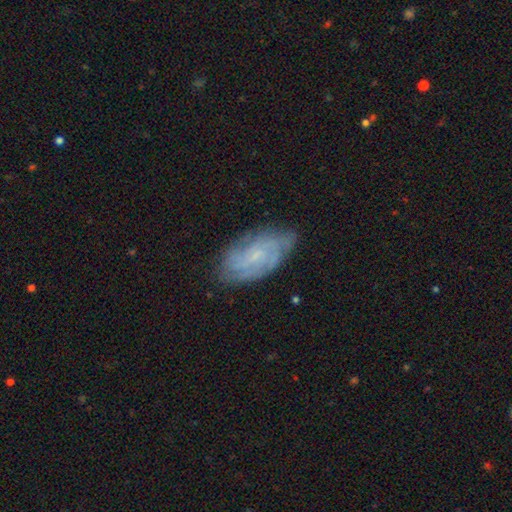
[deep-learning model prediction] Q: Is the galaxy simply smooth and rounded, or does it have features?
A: featured or disk — 67%.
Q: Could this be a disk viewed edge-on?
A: no — 94%.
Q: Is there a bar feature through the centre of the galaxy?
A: no — 65%.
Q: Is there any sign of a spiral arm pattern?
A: yes — 90%.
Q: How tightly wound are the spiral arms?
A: tight — 55%.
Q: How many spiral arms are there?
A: can't tell — 43%.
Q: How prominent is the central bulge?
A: small — 63%.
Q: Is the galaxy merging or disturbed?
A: none — 75%.